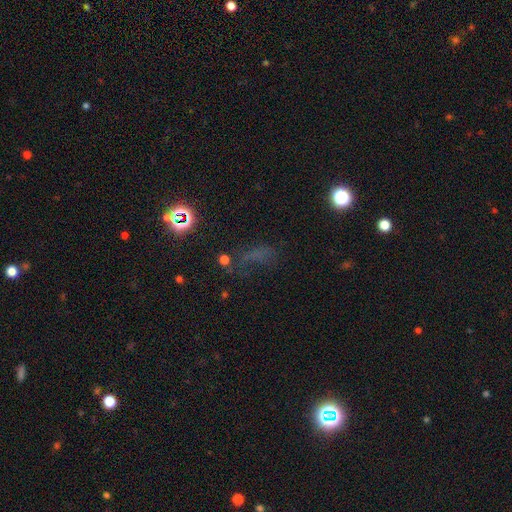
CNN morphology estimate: Smooth or featured?
  - star or artifact: 46% *
  - smooth: 35%
  - featured or disk: 18%